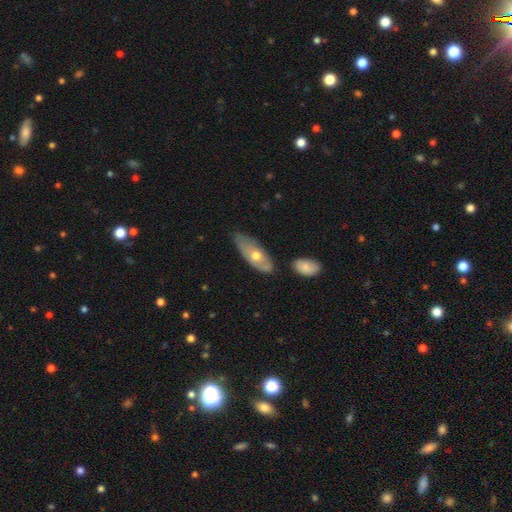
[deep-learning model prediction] Overall: smooth (47%, tied with featured or disk). Merging: none (63%; minor disturbance 25%).